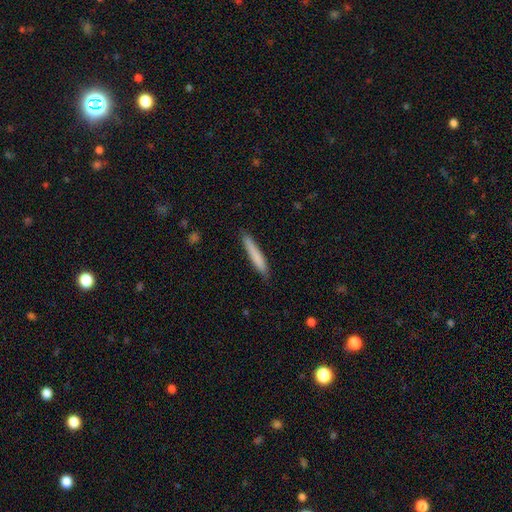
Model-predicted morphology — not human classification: Smooth or featured?
  - smooth: 78% *
  - featured or disk: 17%
  - star or artifact: 6%
How rounded?
  - cigar-shaped: 95% *
  - in between: 4%
  - round: 1%
Merging?
  - none: 86% *
  - minor disturbance: 11%
  - major disturbance: 2%
  - merger: 1%